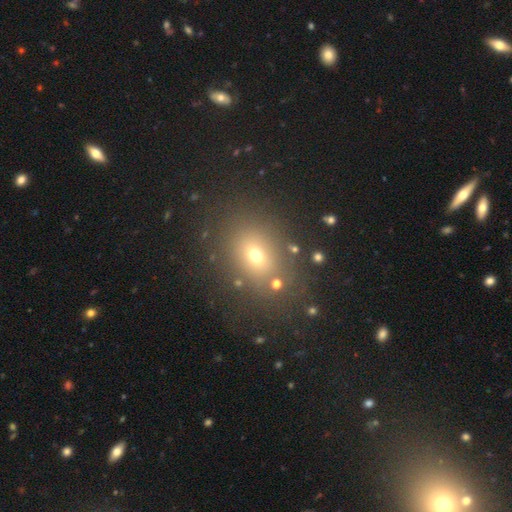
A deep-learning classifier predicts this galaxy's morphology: Smooth or featured? Predicted: smooth (p=0.65). How rounded? Predicted: in between (p=0.62). Merging? Predicted: none (p=0.77).